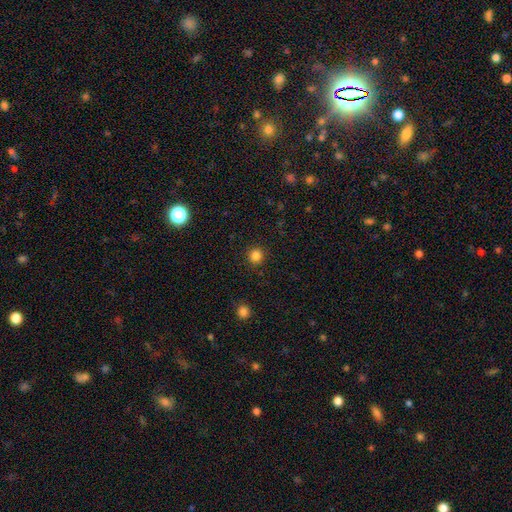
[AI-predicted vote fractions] Smooth or featured? Predicted: smooth (p=0.83). How rounded? Predicted: round (p=0.94). Merging? Predicted: none (p=0.91).